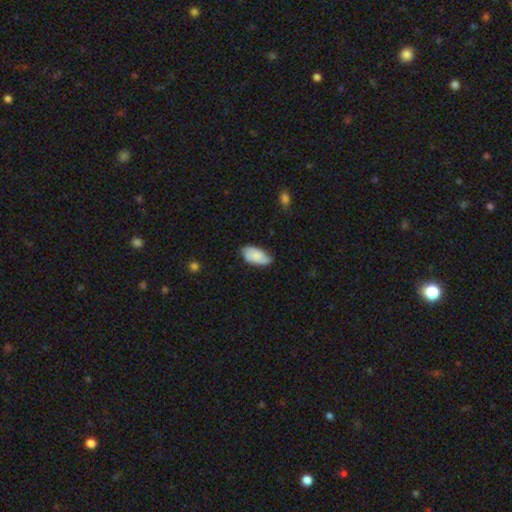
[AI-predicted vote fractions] This is likely a smooth galaxy (73%). How rounded: clearly in between (94%). Merging: likely none (61%).